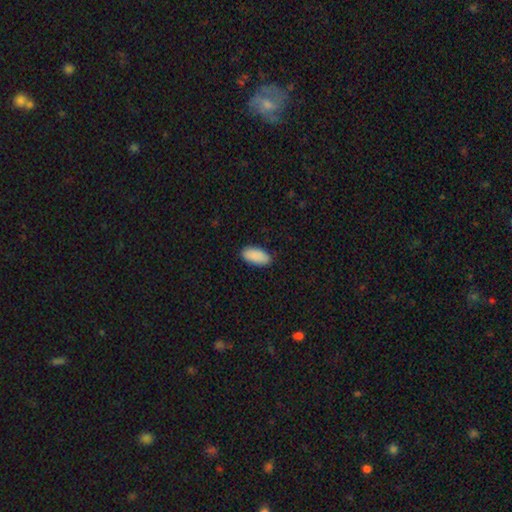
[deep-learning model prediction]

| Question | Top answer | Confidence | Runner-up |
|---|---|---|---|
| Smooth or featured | smooth | 91% | star or artifact (6%) |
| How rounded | in between | 93% | cigar-shaped (5%) |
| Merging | none | 87% | minor disturbance (10%) |